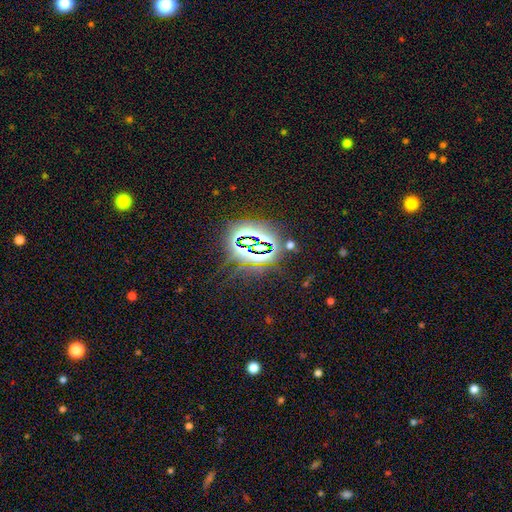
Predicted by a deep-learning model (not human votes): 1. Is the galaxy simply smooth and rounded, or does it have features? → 81% star or artifact, 10% smooth, 9% featured or disk.